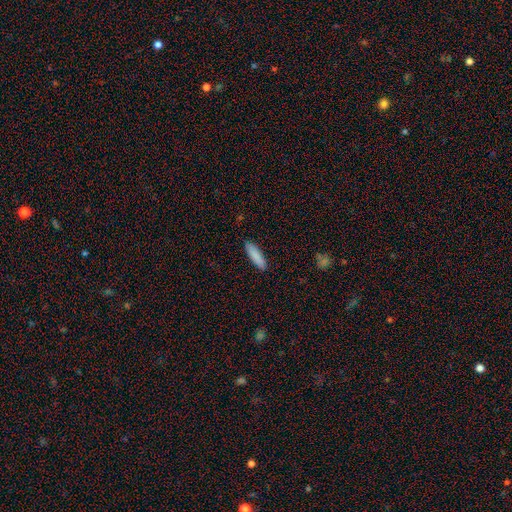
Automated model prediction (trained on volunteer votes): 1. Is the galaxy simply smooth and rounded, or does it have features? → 88% smooth, 7% featured or disk, 6% star or artifact.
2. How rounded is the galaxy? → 62% cigar-shaped, 36% in between, 1% round.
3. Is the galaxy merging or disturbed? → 89% none, 8% minor disturbance, 2% major disturbance, 1% merger.